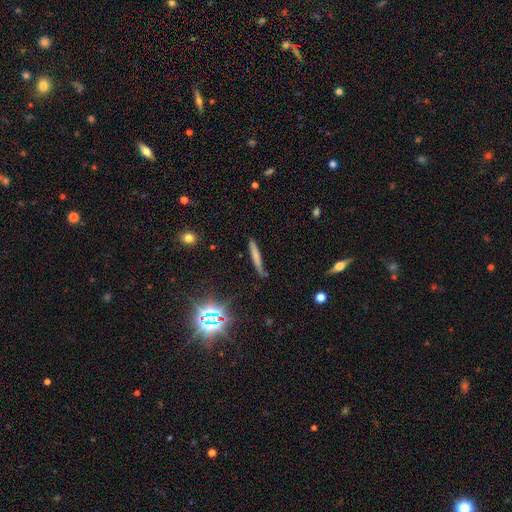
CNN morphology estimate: Smooth or featured?
  - smooth: 61% *
  - featured or disk: 26%
  - star or artifact: 13%
How rounded?
  - cigar-shaped: 94% *
  - in between: 4%
  - round: 2%
Merging?
  - none: 80% *
  - minor disturbance: 14%
  - major disturbance: 3%
  - merger: 3%